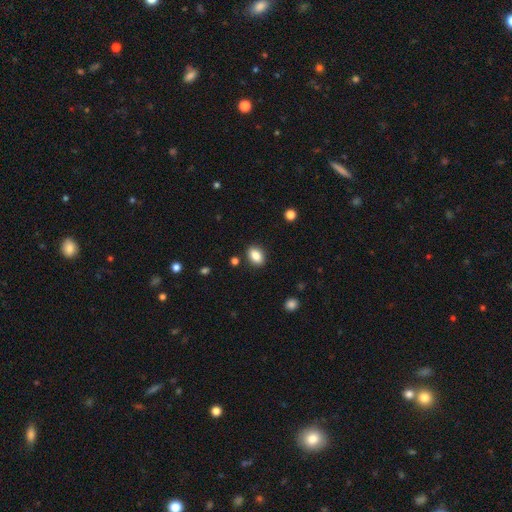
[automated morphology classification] smooth_or_featured: smooth (p=0.85) [alt: star or artifact p=0.08]
how_rounded: in between (p=0.82) [alt: round p=0.16]
merging: none (p=0.87) [alt: minor disturbance p=0.08]